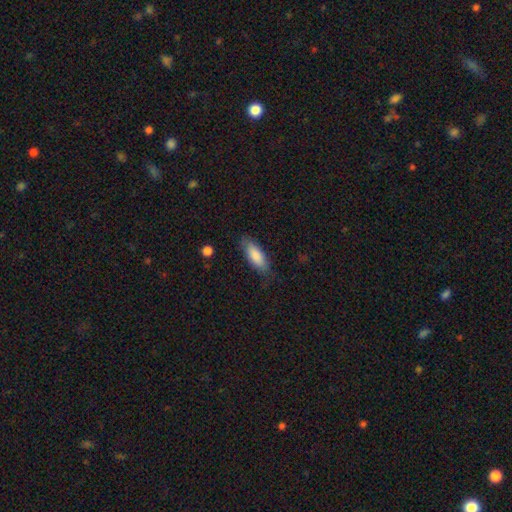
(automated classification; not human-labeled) This is clearly a smooth galaxy (85%). How rounded: likely in between (70%). Merging: likely none (78%).